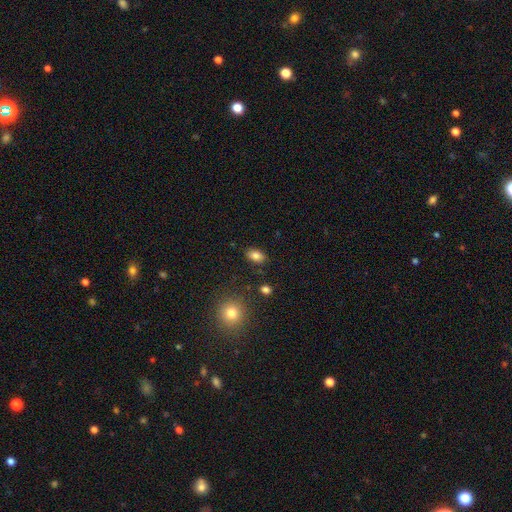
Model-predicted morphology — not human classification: Smooth or featured? Predicted: smooth (p=0.83). How rounded? Predicted: in between (p=0.86). Merging? Predicted: none (p=0.85).